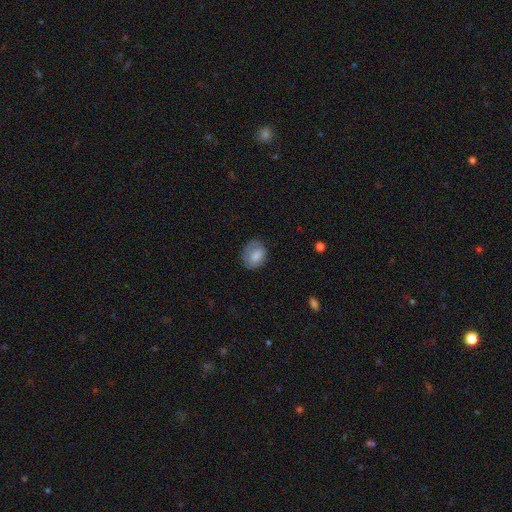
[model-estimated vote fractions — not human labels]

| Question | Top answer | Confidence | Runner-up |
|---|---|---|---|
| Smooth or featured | smooth | 75% | featured or disk (17%) |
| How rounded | in between | 58% | round (41%) |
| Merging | none | 61% | minor disturbance (26%) |